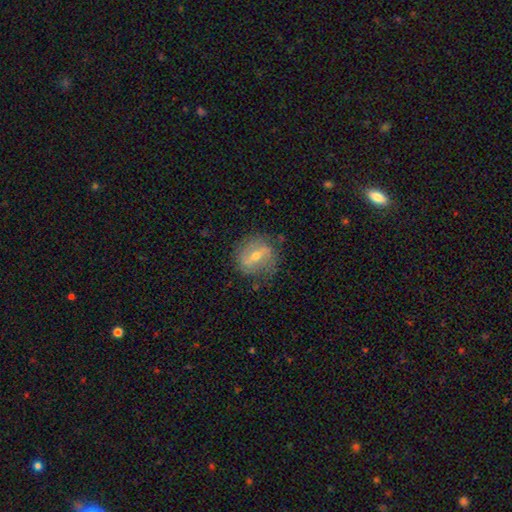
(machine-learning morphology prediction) Smooth or featured?
  - featured or disk: 65% *
  - smooth: 28%
  - star or artifact: 8%
Edge-on disk?
  - no: 91% *
  - yes: 9%
Bar?
  - strong: 50% *
  - weak: 36%
  - no: 14%
Spiral arms?
  - yes: 56% *
  - no: 44%
Bulge size?
  - moderate: 56% *
  - small: 40%
  - large: 2%
  - none: 1%
  - dominant: 1%
Merging?
  - none: 72% *
  - minor disturbance: 19%
  - major disturbance: 8%
  - merger: 2%